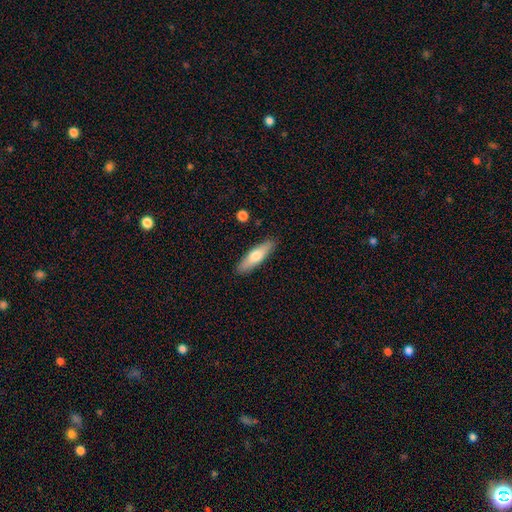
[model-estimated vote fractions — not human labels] This is likely a smooth galaxy (63%). How rounded: likely cigar-shaped (64%). Merging: clearly none (89%).